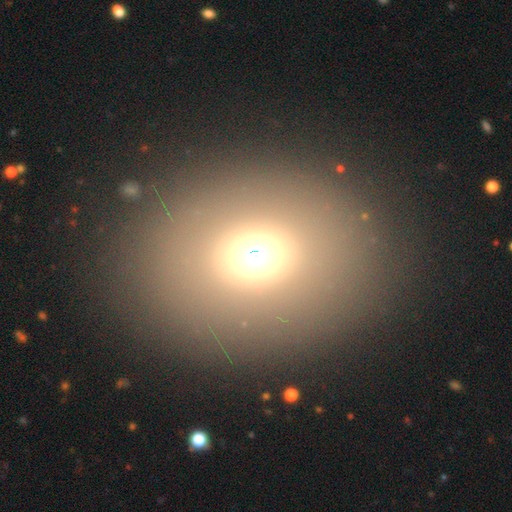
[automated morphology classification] Smooth or featured? Predicted: smooth (p=0.67). How rounded? Predicted: round (p=0.56). Merging? Predicted: none (p=0.86).